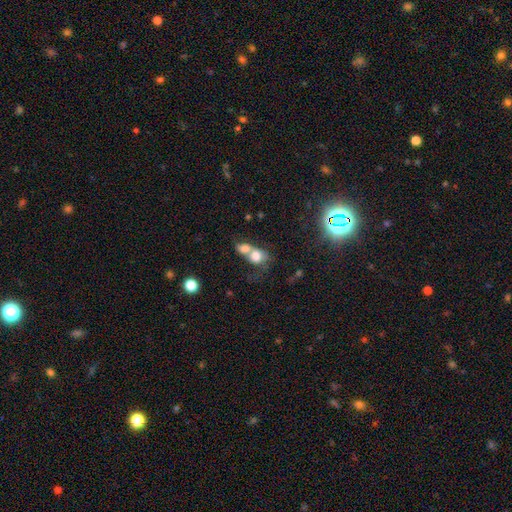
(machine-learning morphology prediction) smooth 72%, featured or disk 17%, star or artifact 11%. Down the decision tree: how rounded — round (53%); merging — merger (73%).